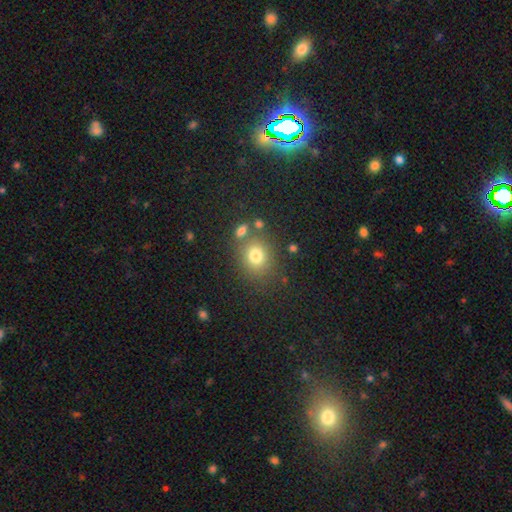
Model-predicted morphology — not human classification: The model was most divided on "how rounded": round: 70%, in between: 29%, cigar-shaped: 1%. More confident: smooth or featured — smooth (77%); merging — none (74%).